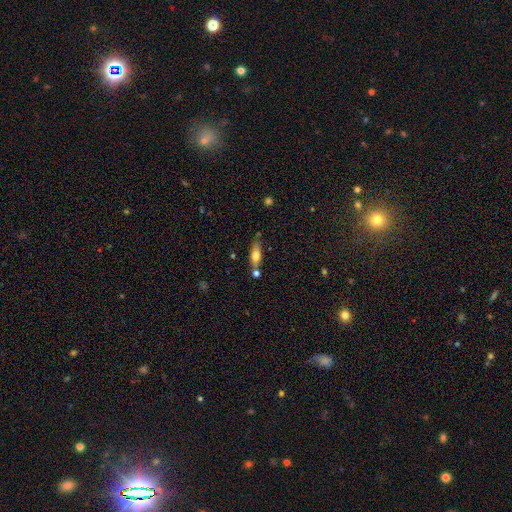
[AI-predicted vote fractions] The model was most divided on "how rounded": in between: 52%, cigar-shaped: 44%, round: 4%. More confident: merging — none (64%); smooth or featured — smooth (63%).